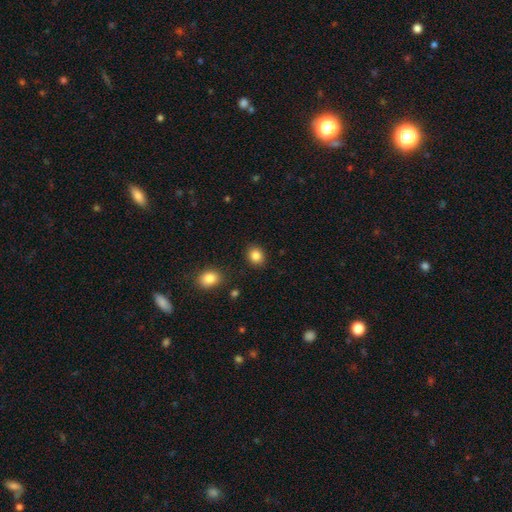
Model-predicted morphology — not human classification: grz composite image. It shows a smooth galaxy with no disk features (85%) that is round (63%). Merging: none (88%).